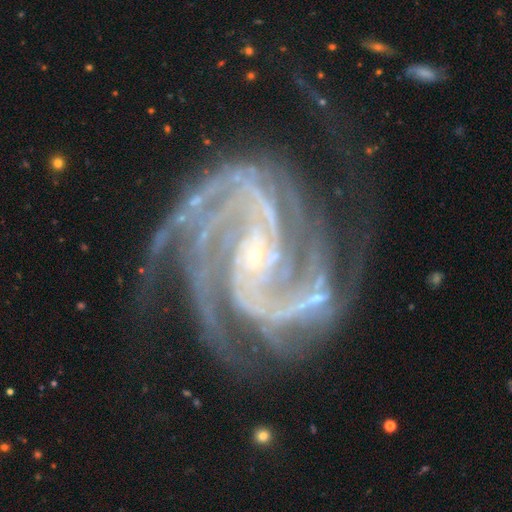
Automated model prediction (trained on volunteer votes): Morphology: type=featured or disk (93%); edge-on=no (98%); bar=no (35%); spiral arms=yes (99%); winding=medium (51%); arm count=2 (40%); bulge=small (80%); merging=none (64%).